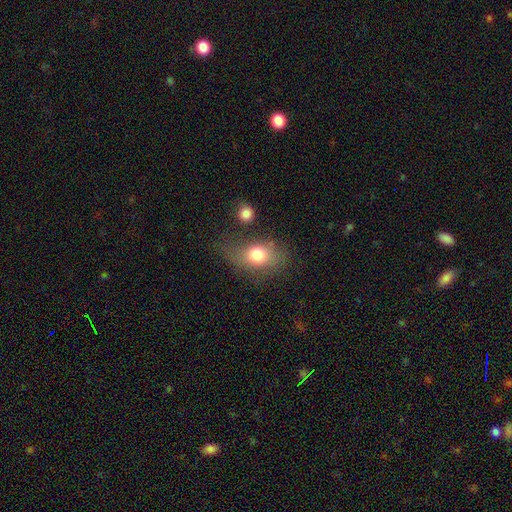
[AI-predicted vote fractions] Morphology: type=smooth (74%); roundness=in between (70%); merging=none (47%).